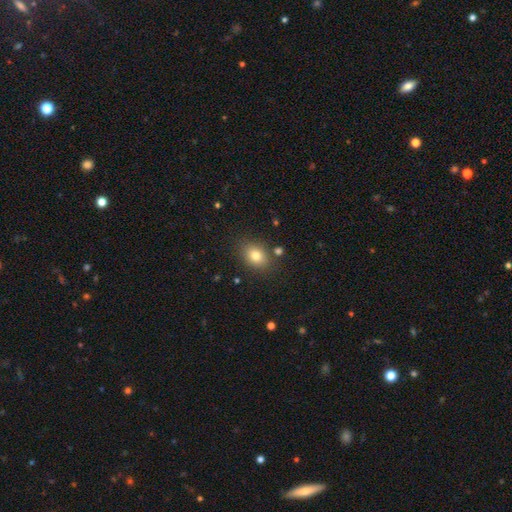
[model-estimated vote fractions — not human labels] Q: Smooth or featured?
A: smooth (80%); runner-up: star or artifact (11%)
Q: How rounded?
A: in between (61%); runner-up: round (38%)
Q: Merging?
A: none (83%); runner-up: minor disturbance (10%)